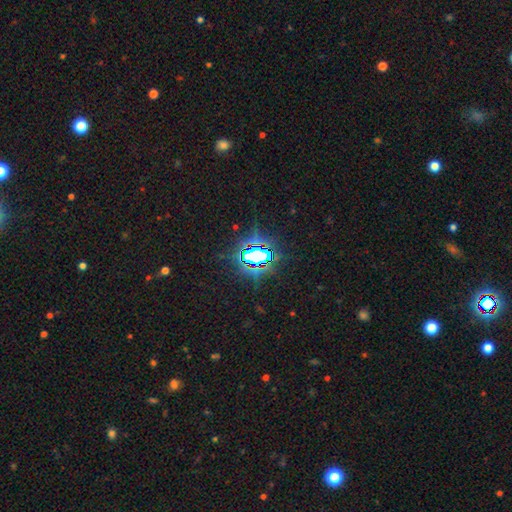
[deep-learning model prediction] The model was most divided on "smooth or featured": star or artifact: 77%, smooth: 13%, featured or disk: 10%.